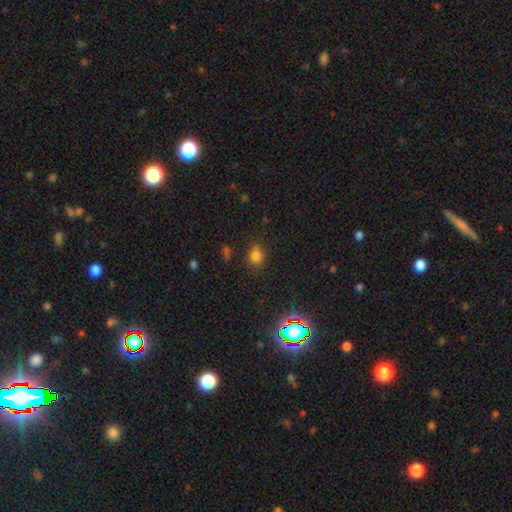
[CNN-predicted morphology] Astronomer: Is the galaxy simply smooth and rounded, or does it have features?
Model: smooth — 74%.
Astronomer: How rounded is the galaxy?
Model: round — 52% (runner-up: in between, 47%).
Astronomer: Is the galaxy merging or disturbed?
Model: none — 75%.